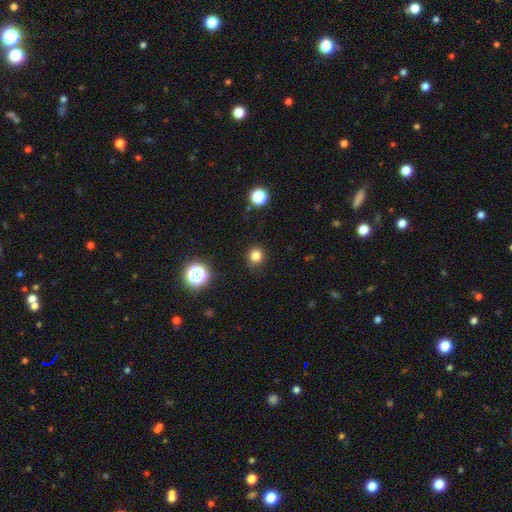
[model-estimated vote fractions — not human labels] smooth 81%, star or artifact 15%, featured or disk 4%. Down the decision tree: how rounded — round (92%); merging — none (88%).